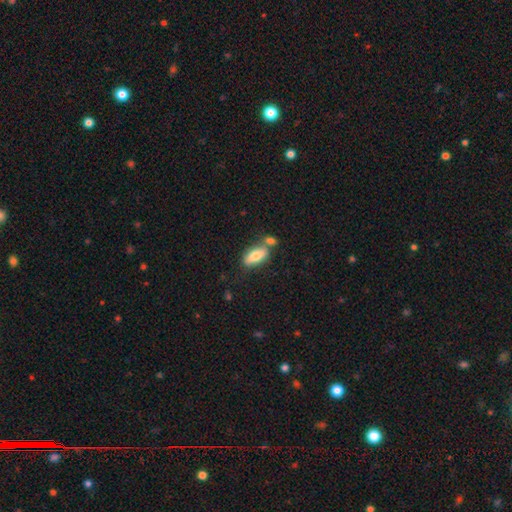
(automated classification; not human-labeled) smooth_or_featured: smooth (p=0.72) [alt: featured or disk p=0.22]
how_rounded: in between (p=0.78) [alt: cigar-shaped p=0.19]
merging: none (p=0.56) [alt: merger p=0.26]